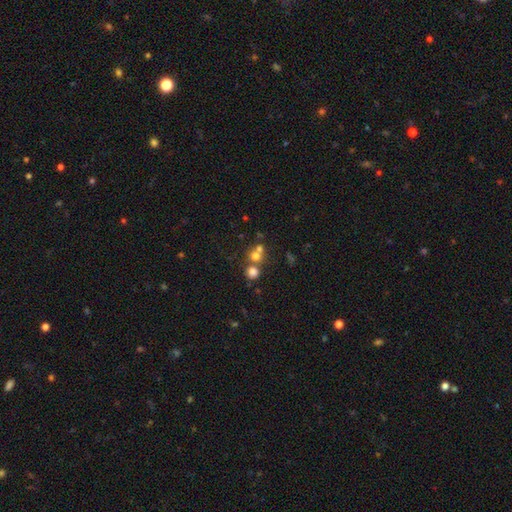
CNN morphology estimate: Smooth or featured? smooth (58%)
How rounded? round (85%)
Merging? none (48%)